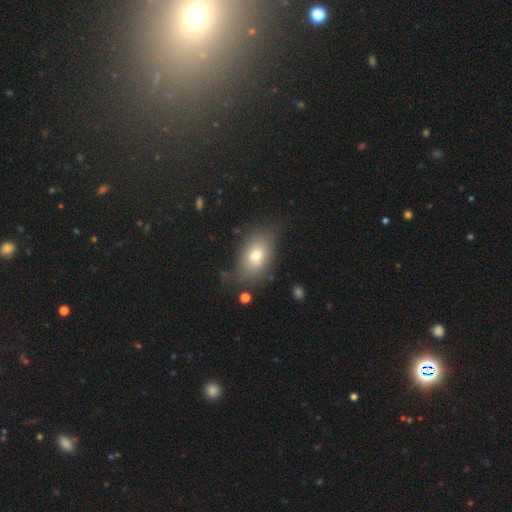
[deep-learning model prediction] A smooth galaxy with no disk features (74%) that is in between round and cigar-shaped (85%).

Vote fractions:
- Smooth or featured? smooth: 74% / featured or disk: 16% / star or artifact: 10%
- How rounded? in between: 85% / round: 13% / cigar-shaped: 2%
- Merging? none: 70% / minor disturbance: 21% / major disturbance: 7% / merger: 3%